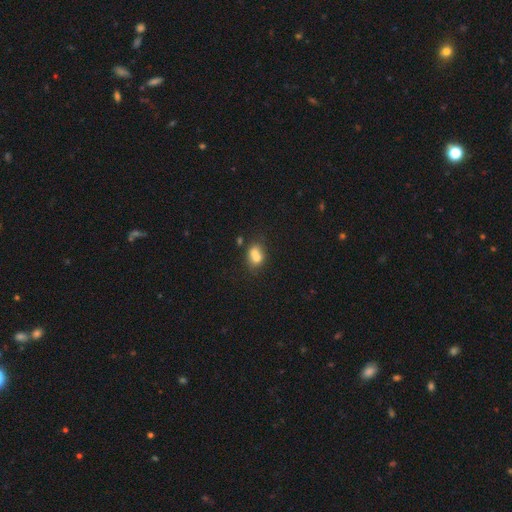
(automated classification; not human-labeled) smooth 67%, featured or disk 22%, star or artifact 11%. Down the decision tree: how rounded — round (50%); merging — merger (58%).